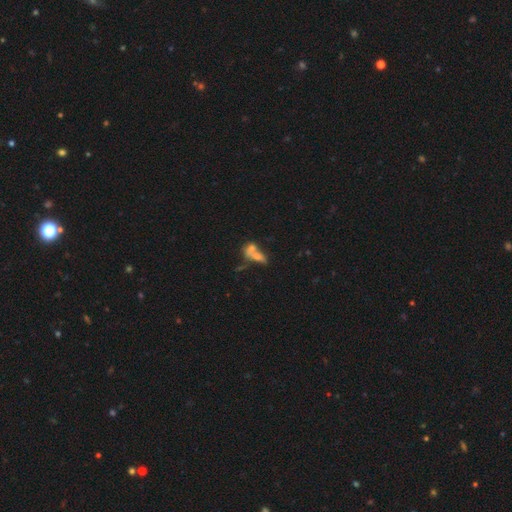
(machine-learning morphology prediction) smooth 58%, featured or disk 28%, star or artifact 14%. Down the decision tree: how rounded — in between (68%); merging — merger (63%).